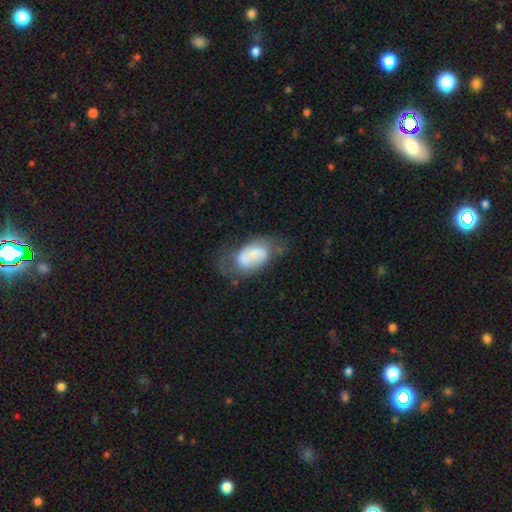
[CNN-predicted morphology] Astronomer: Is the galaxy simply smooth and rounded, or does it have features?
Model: smooth — 51% (runner-up: featured or disk, 40%).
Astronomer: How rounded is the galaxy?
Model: in between — 90%.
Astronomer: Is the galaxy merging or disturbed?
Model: none — 38% (runner-up: minor disturbance, 28%).